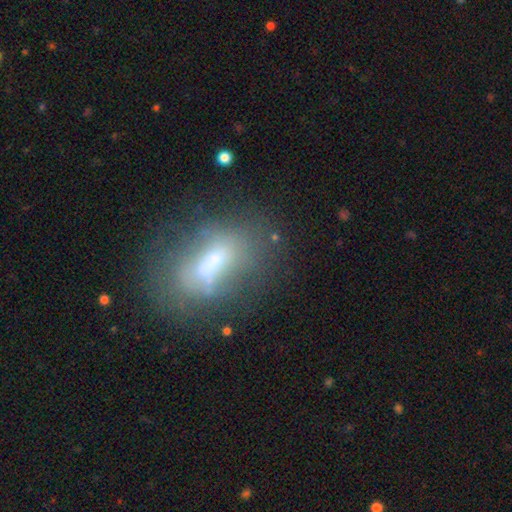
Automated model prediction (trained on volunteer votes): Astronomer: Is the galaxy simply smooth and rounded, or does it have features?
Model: smooth — 46% (runner-up: featured or disk, 39%).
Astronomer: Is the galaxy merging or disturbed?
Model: none — 65%.